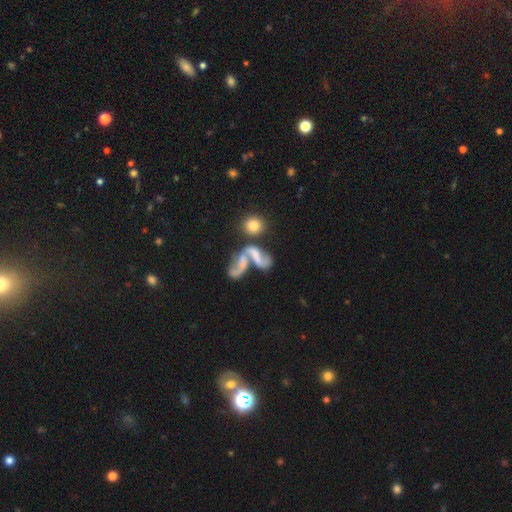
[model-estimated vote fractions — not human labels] This appears to be a featured or disk galaxy (64%) with no bar (48%), spiral arms (76%) and no central bulge (43%). Merging: merger (53%).